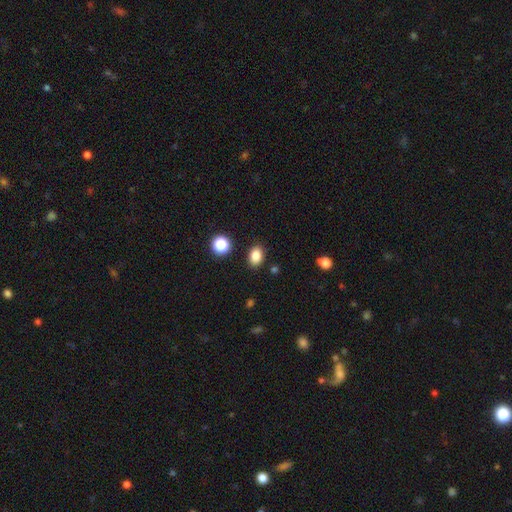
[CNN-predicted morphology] This is clearly a smooth galaxy (84%). How rounded: likely in between (77%). Merging: clearly none (86%).